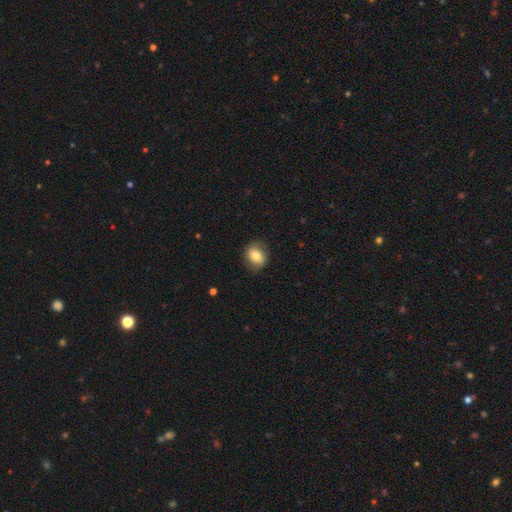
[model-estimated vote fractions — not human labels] Smooth or featured? Predicted: smooth (p=0.73). How rounded? Predicted: round (p=0.58). Merging? Predicted: none (p=0.79).